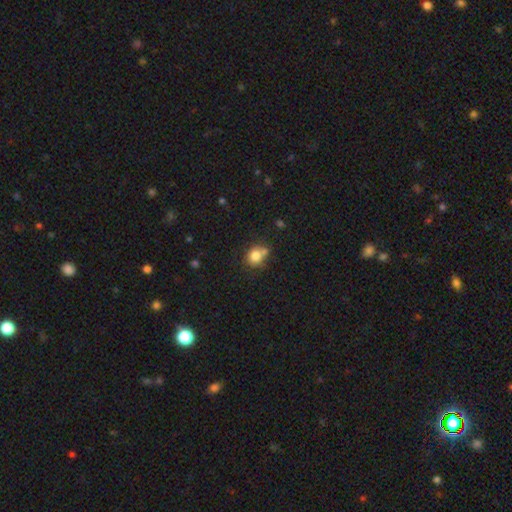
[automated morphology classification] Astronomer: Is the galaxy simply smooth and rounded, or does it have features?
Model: smooth — 80%.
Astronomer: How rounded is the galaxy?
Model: round — 71%.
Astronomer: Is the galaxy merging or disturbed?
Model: none — 53%.